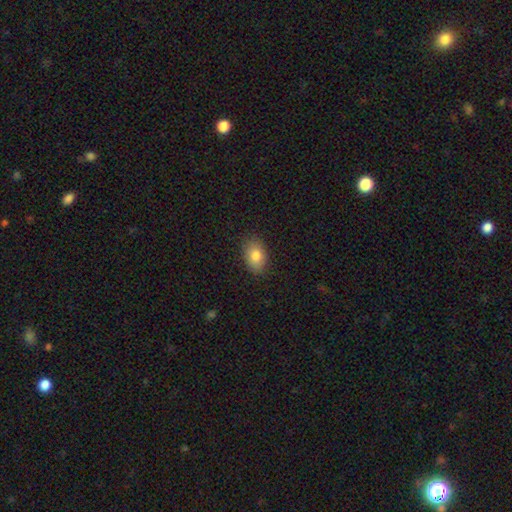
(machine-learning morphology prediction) This appears to be a smooth galaxy with no disk features (83%) that is in between round and cigar-shaped (84%). Merging: none (86%).